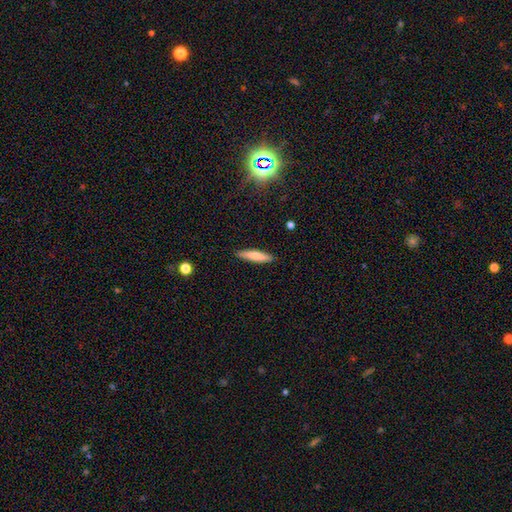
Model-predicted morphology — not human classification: A smooth galaxy with no disk features (76%) that is cigar-shaped (81%).

Vote fractions:
- Smooth or featured? smooth: 76% / featured or disk: 18% / star or artifact: 6%
- How rounded? cigar-shaped: 81% / in between: 17% / round: 1%
- Merging? none: 89% / minor disturbance: 8% / major disturbance: 2% / merger: 1%